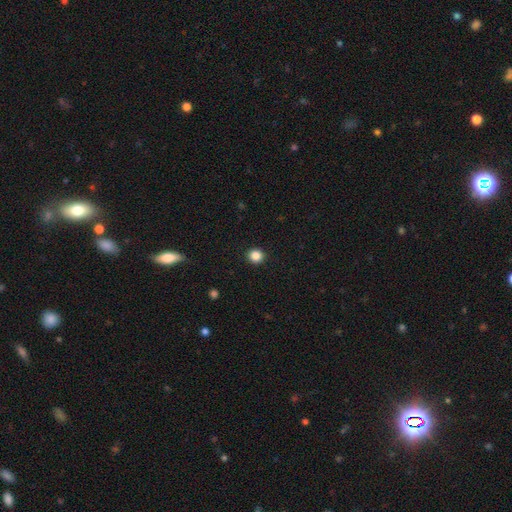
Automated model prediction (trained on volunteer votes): This is clearly a smooth galaxy (86%). How rounded: clearly round (91%). Merging: clearly none (93%).